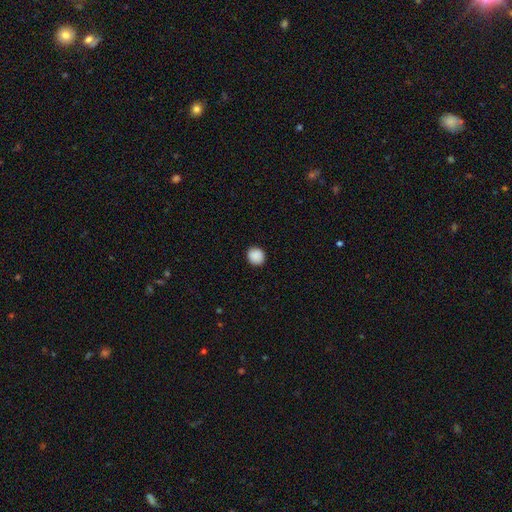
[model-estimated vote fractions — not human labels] smooth_or_featured: smooth (p=0.90) [alt: star or artifact p=0.08]
how_rounded: round (p=0.86) [alt: in between p=0.13]
merging: none (p=0.91) [alt: minor disturbance p=0.06]